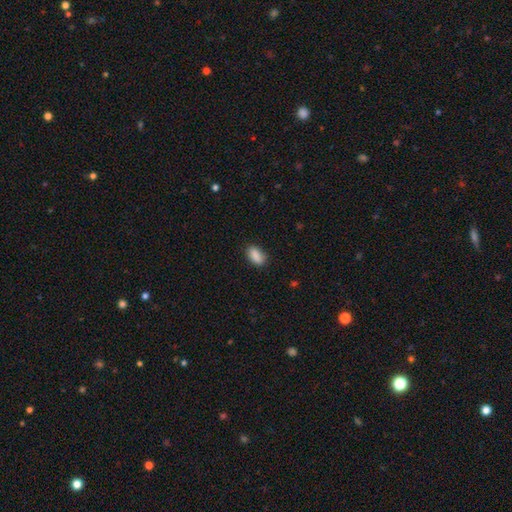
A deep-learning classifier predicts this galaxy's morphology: This is clearly a smooth galaxy (88%). How rounded: clearly in between (90%). Merging: clearly none (81%).